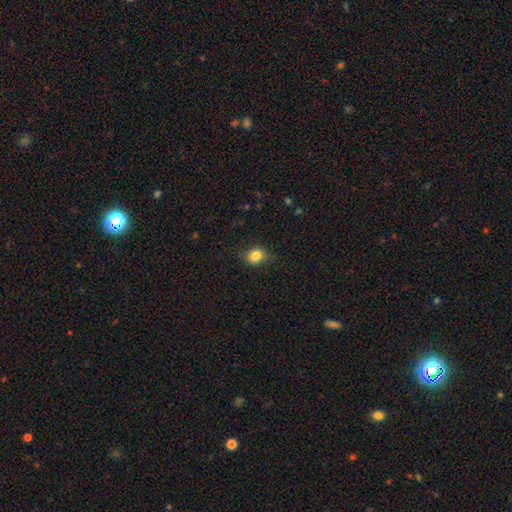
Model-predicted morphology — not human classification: This is clearly a smooth galaxy (84%). How rounded: possibly round (54%). Merging: clearly none (85%).